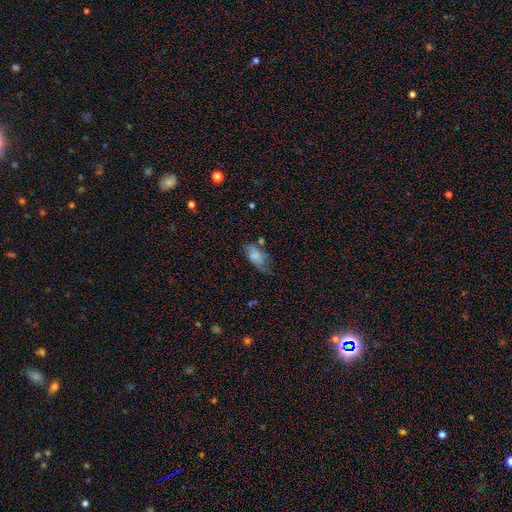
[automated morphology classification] This is likely a smooth galaxy (69%). How rounded: clearly in between (91%). Merging: marginally none (41%).